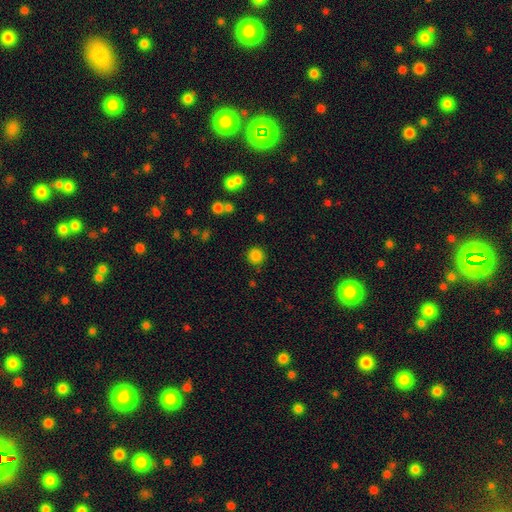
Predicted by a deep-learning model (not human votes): Smooth or featured? Predicted: smooth (p=0.84). How rounded? Predicted: round (p=0.93). Merging? Predicted: none (p=0.86).